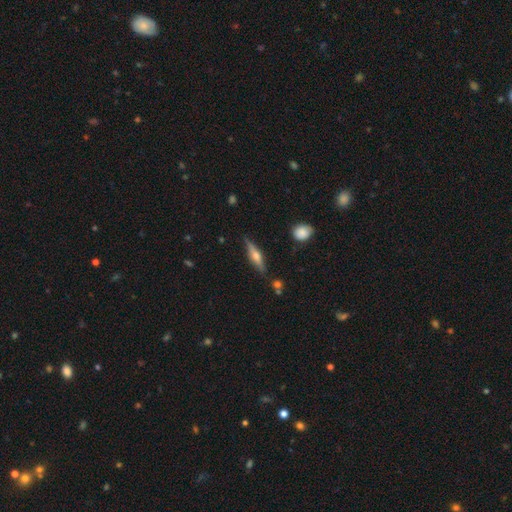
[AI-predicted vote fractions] Q: Smooth or featured?
A: featured or disk (64%); runner-up: smooth (29%)
Q: Edge-on disk?
A: yes (95%); runner-up: no (5%)
Q: Edge-on bulge?
A: rounded (89%); runner-up: boxy (7%)
Q: Merging?
A: none (84%); runner-up: minor disturbance (11%)